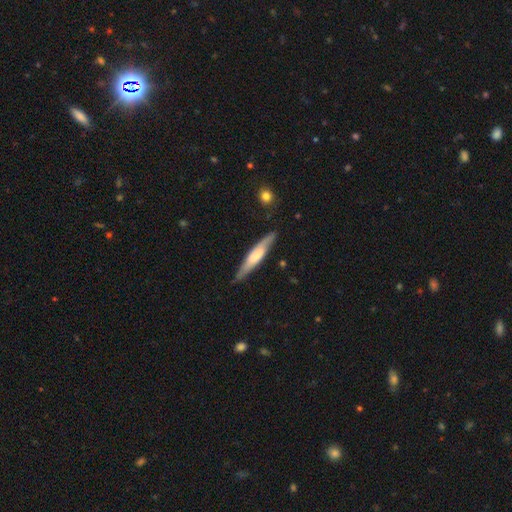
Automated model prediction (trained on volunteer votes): Smooth or featured? featured or disk (48%)
Merging? none (84%)